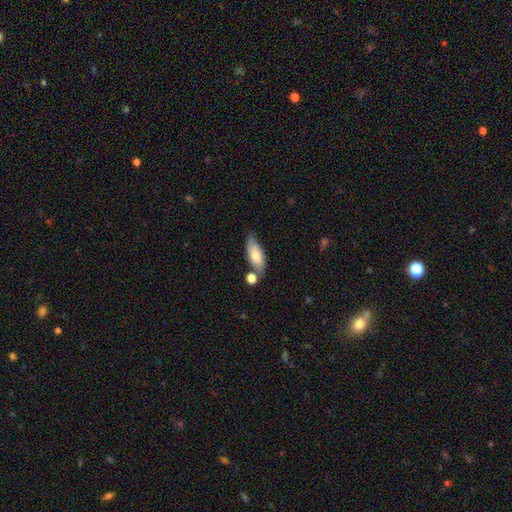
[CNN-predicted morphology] This appears to be a smooth galaxy with no disk features (71%) that is in between round and cigar-shaped (74%). Merging: none (61%).